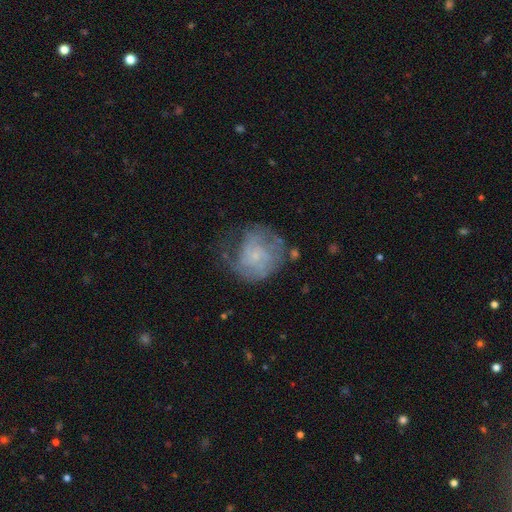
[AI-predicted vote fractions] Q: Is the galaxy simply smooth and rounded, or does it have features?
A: featured or disk — 67%.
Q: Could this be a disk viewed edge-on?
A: no — 98%.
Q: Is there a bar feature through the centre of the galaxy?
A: no — 76%.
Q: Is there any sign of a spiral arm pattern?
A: yes — 81%.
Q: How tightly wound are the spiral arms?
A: tight — 46%.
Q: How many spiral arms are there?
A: can't tell — 43%.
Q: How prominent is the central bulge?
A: small — 76%.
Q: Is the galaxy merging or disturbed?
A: none — 49%.